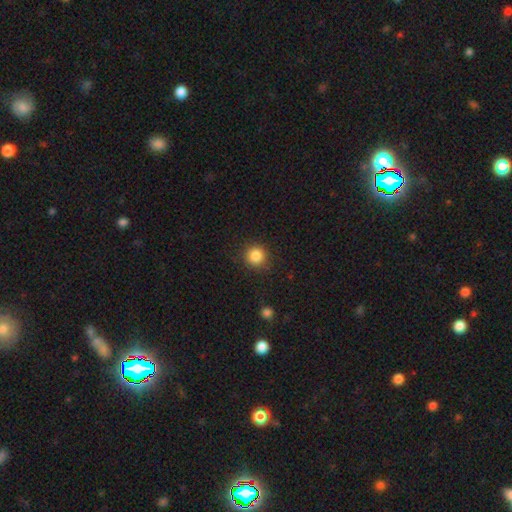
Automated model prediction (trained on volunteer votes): Morphology: type=smooth (85%); roundness=round (93%); merging=none (88%).